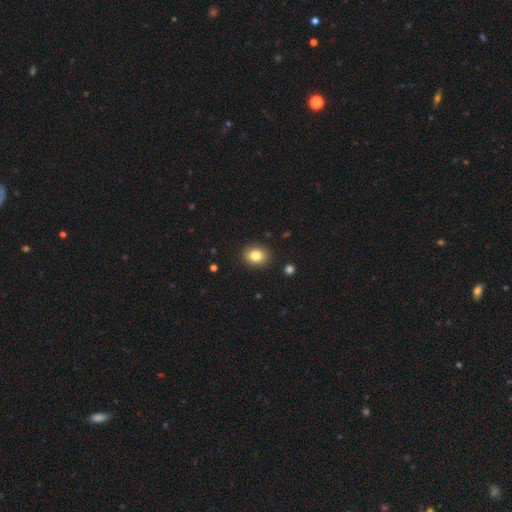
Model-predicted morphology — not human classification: The model was most divided on "how rounded": in between: 52%, round: 48%, cigar-shaped: 1%. More confident: merging — none (89%); smooth or featured — smooth (82%).